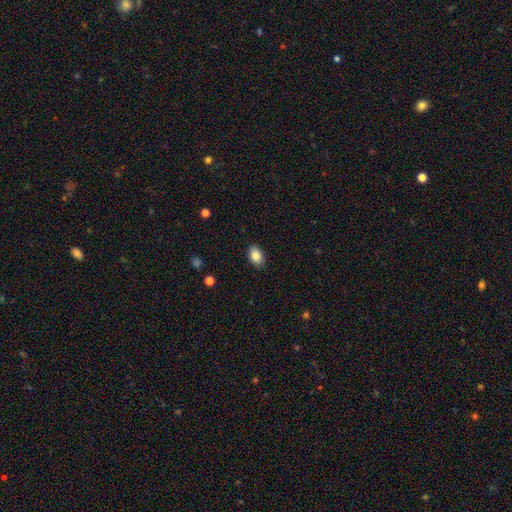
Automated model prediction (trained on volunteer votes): Smooth or featured?
  - smooth: 85% *
  - star or artifact: 8%
  - featured or disk: 7%
How rounded?
  - in between: 89% *
  - round: 10%
  - cigar-shaped: 1%
Merging?
  - none: 88% *
  - minor disturbance: 9%
  - major disturbance: 2%
  - merger: 1%